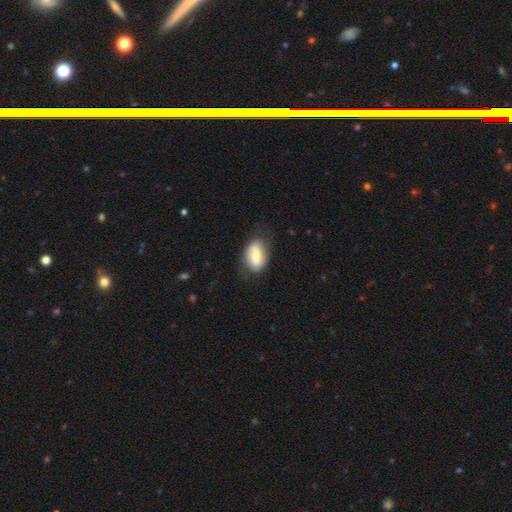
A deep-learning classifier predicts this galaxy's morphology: Smooth or featured?
  - smooth: 59% *
  - featured or disk: 35%
  - star or artifact: 6%
How rounded?
  - in between: 88% *
  - round: 9%
  - cigar-shaped: 3%
Merging?
  - none: 72% *
  - minor disturbance: 20%
  - major disturbance: 6%
  - merger: 1%